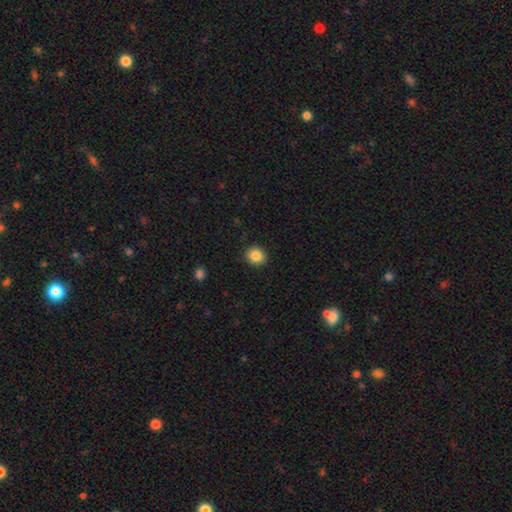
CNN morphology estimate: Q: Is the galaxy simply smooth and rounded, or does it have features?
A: smooth — 86%.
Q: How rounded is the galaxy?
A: round — 83%.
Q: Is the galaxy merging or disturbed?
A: none — 90%.